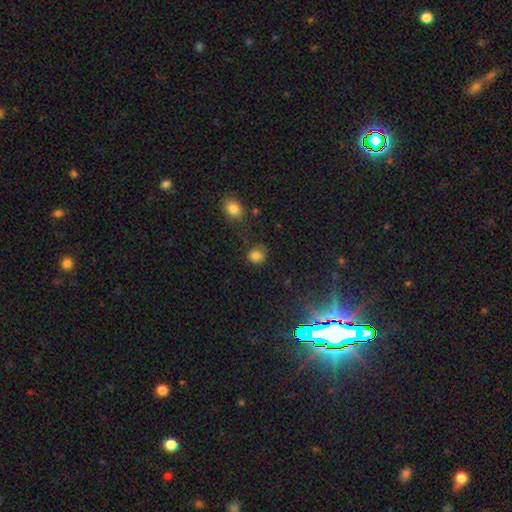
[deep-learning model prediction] This appears to be a smooth galaxy with no disk features (80%) that is round (74%). Merging: none (64%).